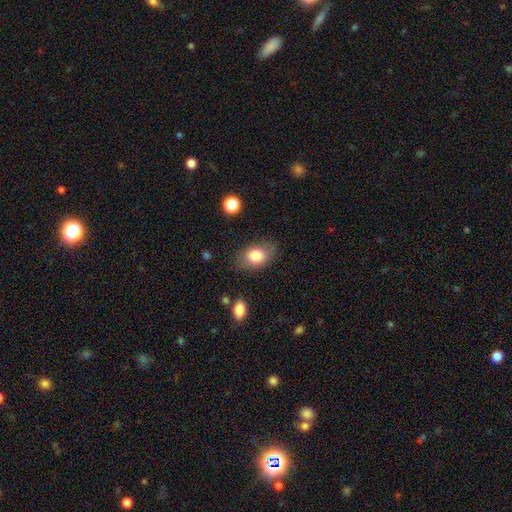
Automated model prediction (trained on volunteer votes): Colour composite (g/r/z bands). It shows a smooth galaxy with no disk features (81%) that is in between round and cigar-shaped (82%). Merging: none (78%).